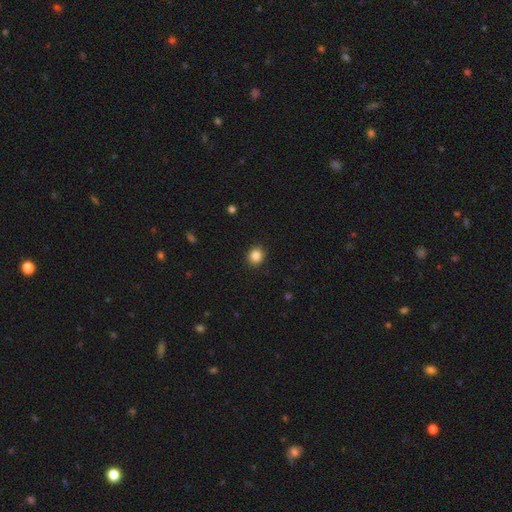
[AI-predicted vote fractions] Smooth or featured: smooth — 86% (star or artifact — 10%)
How rounded: round — 78% (in between — 21%)
Merging: none — 91% (minor disturbance — 6%)